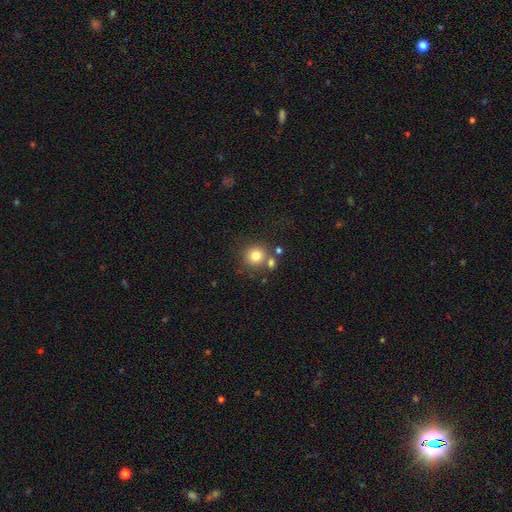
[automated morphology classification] Smooth or featured? smooth (80%)
How rounded? round (90%)
Merging? none (70%)